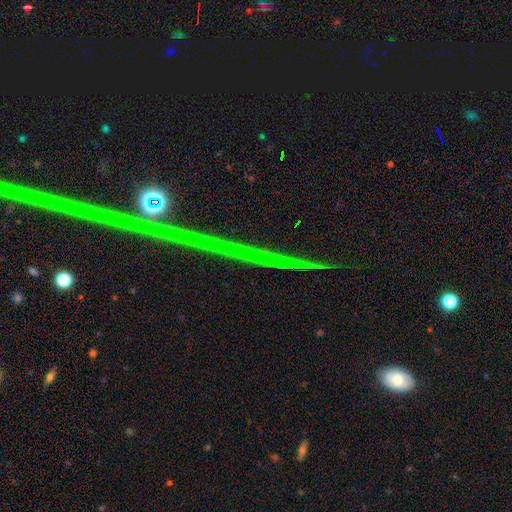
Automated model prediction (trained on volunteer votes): smooth_or_featured: star or artifact (p=0.74) [alt: featured or disk p=0.17]